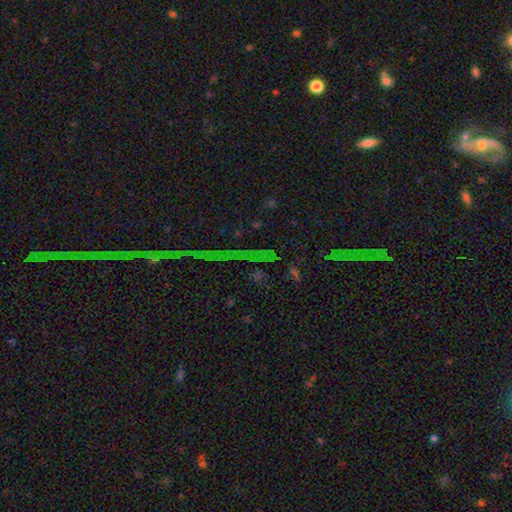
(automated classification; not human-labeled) A star or artifact, not a galaxy (79%).

Vote fractions:
- Smooth or featured? star or artifact: 79% / featured or disk: 10% / smooth: 10%